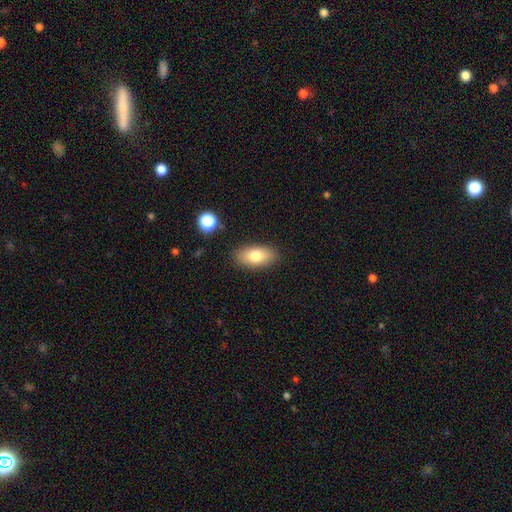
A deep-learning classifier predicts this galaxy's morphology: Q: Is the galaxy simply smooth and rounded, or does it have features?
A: smooth — 79%.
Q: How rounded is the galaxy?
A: in between — 89%.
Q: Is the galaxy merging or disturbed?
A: none — 86%.